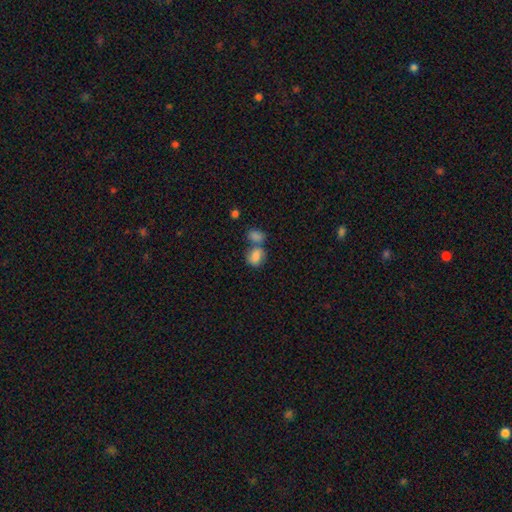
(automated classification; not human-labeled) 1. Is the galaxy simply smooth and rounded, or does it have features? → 82% smooth, 9% featured or disk, 9% star or artifact.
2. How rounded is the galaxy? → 62% in between, 37% round, 1% cigar-shaped.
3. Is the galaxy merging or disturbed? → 45% merger, 38% none, 12% minor disturbance, 5% major disturbance.